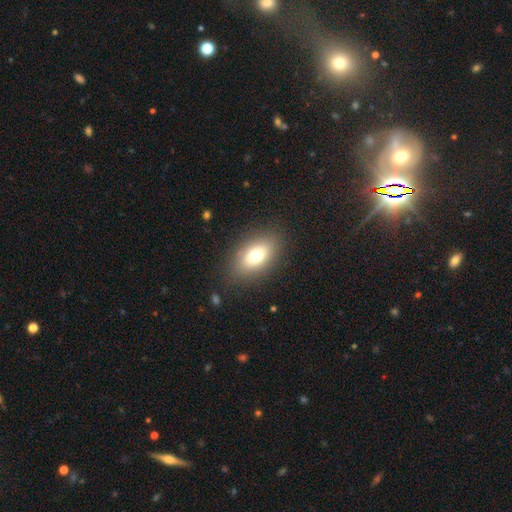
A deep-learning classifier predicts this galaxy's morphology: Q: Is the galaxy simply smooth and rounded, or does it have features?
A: smooth — 73%.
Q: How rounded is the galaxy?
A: in between — 87%.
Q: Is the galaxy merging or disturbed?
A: none — 84%.